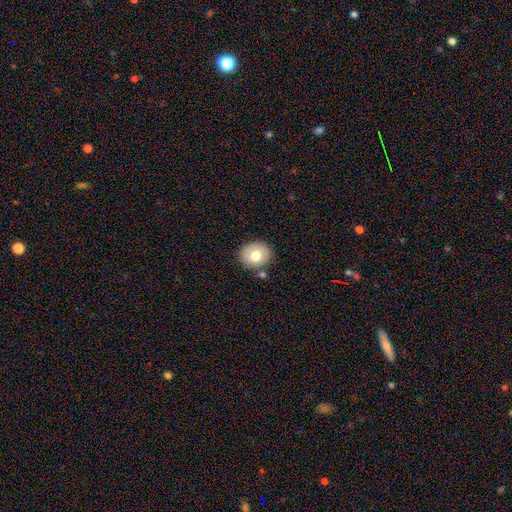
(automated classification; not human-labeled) Overall: smooth (73%). How rounded: round (68%; in between 31%). Merging: none (80%).